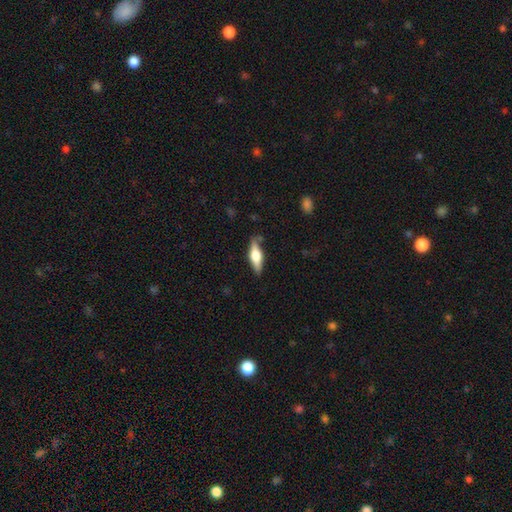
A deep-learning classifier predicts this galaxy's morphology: Smooth or featured? Predicted: featured or disk (p=0.54). Edge-on disk? Predicted: yes (p=0.93). Edge-on bulge? Predicted: rounded (p=0.91). Merging? Predicted: none (p=0.83).